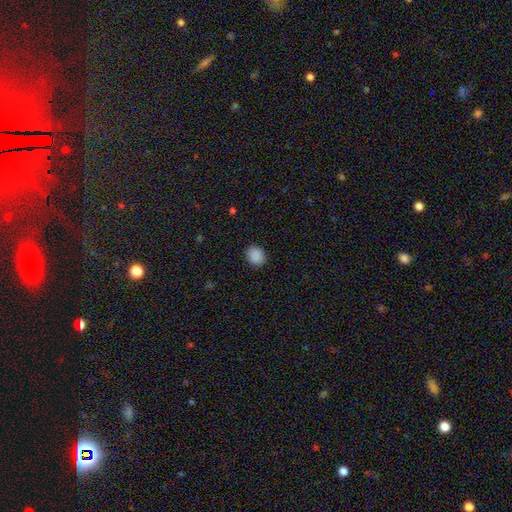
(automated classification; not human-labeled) smooth_or_featured: smooth (p=0.89) [alt: star or artifact p=0.08]
how_rounded: round (p=0.67) [alt: in between p=0.33]
merging: none (p=0.89) [alt: minor disturbance p=0.08]